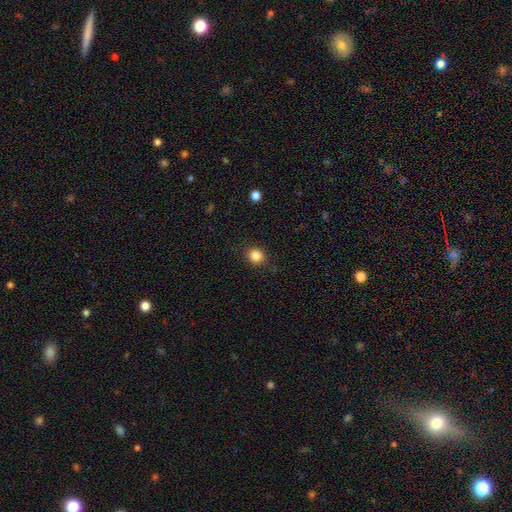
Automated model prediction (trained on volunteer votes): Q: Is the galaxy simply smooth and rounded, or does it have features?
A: smooth — 85%.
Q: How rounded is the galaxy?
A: round — 82%.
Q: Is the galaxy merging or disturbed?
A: none — 88%.